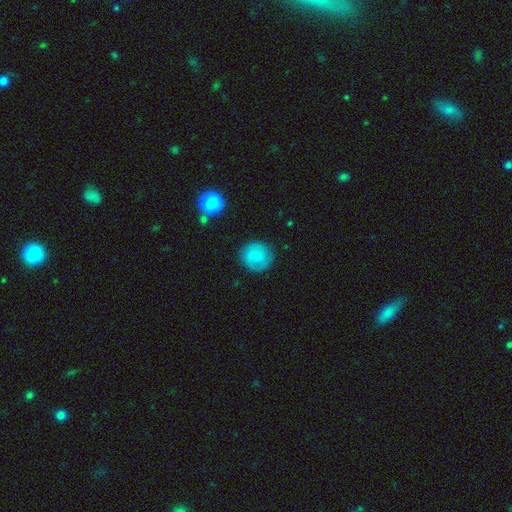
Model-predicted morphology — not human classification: Smooth or featured?
  - smooth: 79% *
  - featured or disk: 13%
  - star or artifact: 8%
How rounded?
  - round: 90% *
  - in between: 9%
  - cigar-shaped: 1%
Merging?
  - none: 85% *
  - minor disturbance: 11%
  - major disturbance: 3%
  - merger: 1%